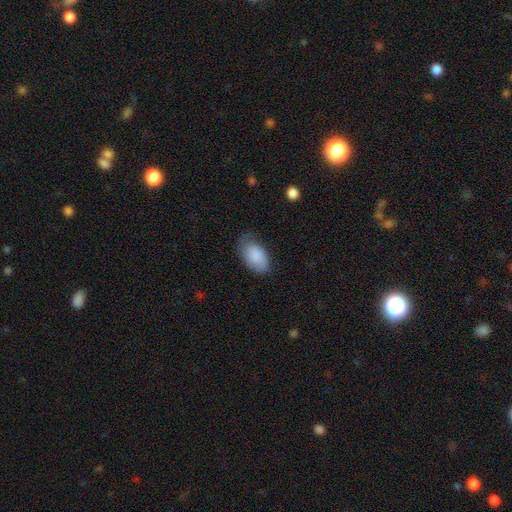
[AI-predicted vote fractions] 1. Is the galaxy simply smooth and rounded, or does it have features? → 81% smooth, 13% featured or disk, 6% star or artifact.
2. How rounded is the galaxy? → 94% in between, 4% round, 1% cigar-shaped.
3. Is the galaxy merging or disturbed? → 53% none, 34% minor disturbance, 12% major disturbance, 1% merger.